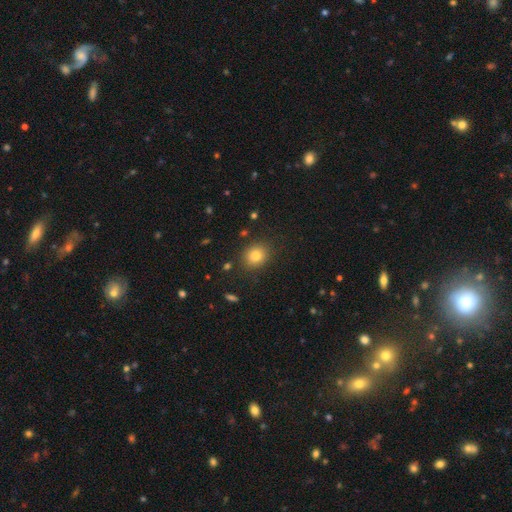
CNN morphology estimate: Smooth or featured: smooth — 81% (star or artifact — 12%)
How rounded: round — 70% (in between — 29%)
Merging: none — 87% (minor disturbance — 9%)